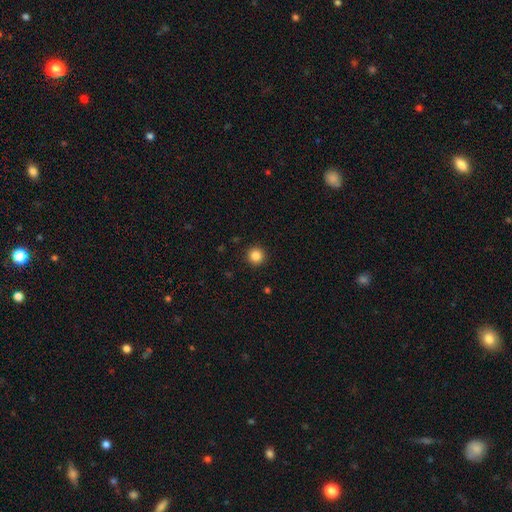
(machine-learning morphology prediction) This appears to be a smooth galaxy with no disk features (86%) that is round (96%). Merging: none (93%).